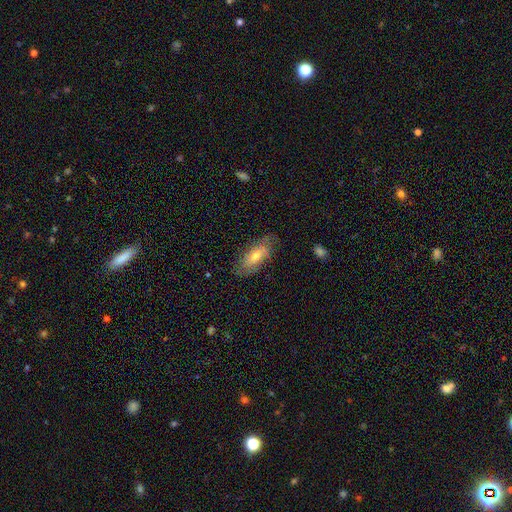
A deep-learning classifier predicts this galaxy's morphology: A smooth galaxy with no disk features (48%). Merging: none (76%).